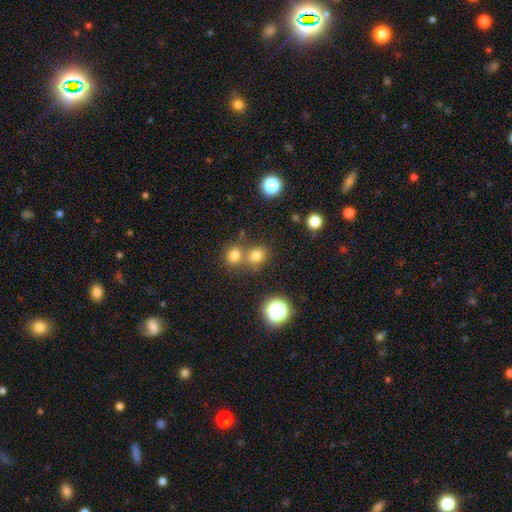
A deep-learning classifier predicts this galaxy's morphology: A smooth galaxy with no disk features (73%) that is round (77%).

Vote fractions:
- Smooth or featured? smooth: 73% / star or artifact: 20% / featured or disk: 7%
- How rounded? round: 77% / in between: 22% / cigar-shaped: 1%
- Merging? none: 56% / merger: 34% / minor disturbance: 7% / major disturbance: 3%